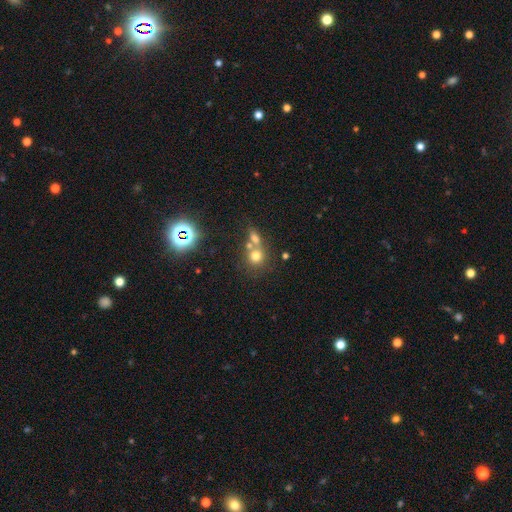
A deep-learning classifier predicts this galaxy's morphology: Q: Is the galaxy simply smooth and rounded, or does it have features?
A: smooth — 68%.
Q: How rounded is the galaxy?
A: round — 83%.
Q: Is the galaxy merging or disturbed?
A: merger — 45%.